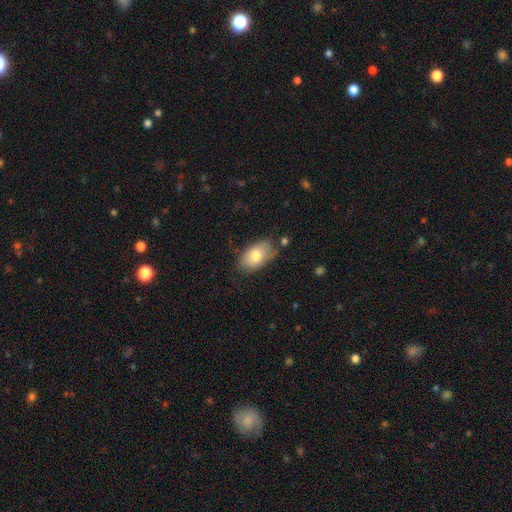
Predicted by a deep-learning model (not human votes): This is likely a smooth galaxy (75%). How rounded: clearly in between (92%). Merging: likely none (67%).